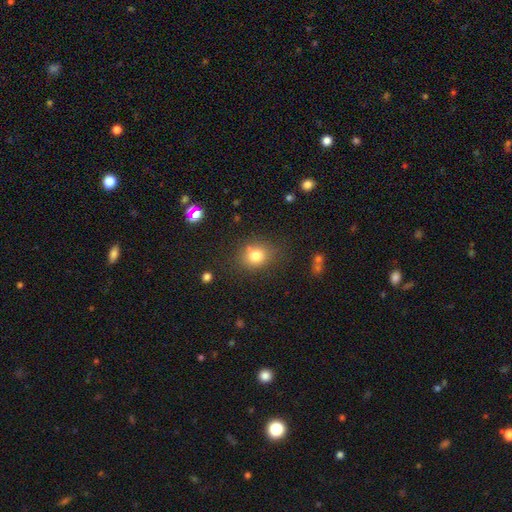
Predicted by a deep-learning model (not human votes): This appears to be a smooth galaxy with no disk features (79%) that is round (70%). Merging: none (76%).